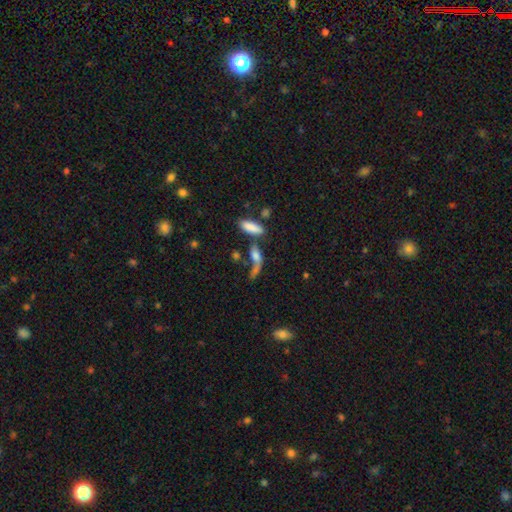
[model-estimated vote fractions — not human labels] smooth-or-featured: smooth: 59% | featured or disk: 29% | star or artifact: 12%
  how-rounded: in between: 58% | cigar-shaped: 35% | round: 7%
  merging: none: 30% (tied) | merger: 30% (tied) | major disturbance: 26% | minor disturbance: 14%